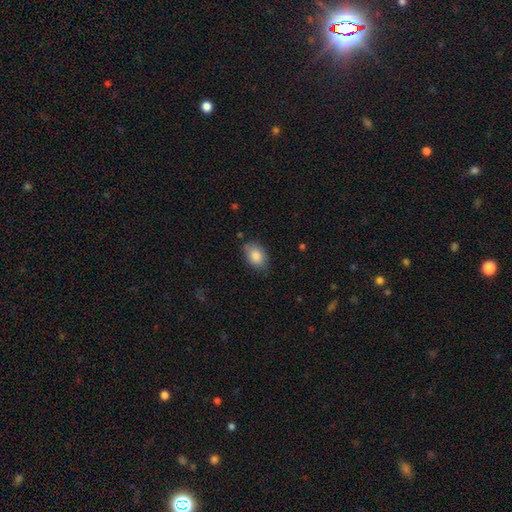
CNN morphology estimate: smooth 85%, featured or disk 8%, star or artifact 7%. Down the decision tree: how rounded — in between (83%); merging — none (77%).